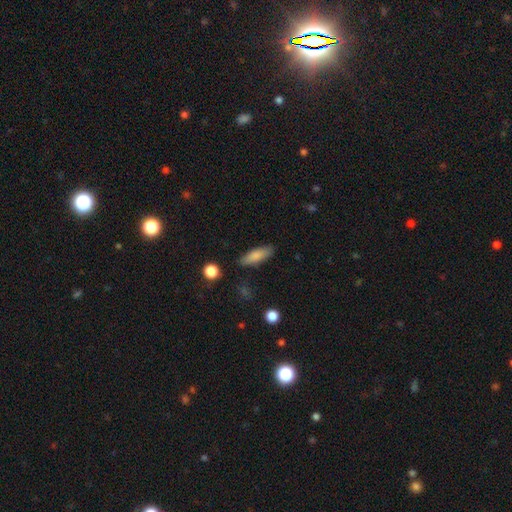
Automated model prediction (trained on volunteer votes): Smooth or featured?
  - smooth: 82% *
  - featured or disk: 11%
  - star or artifact: 7%
How rounded?
  - in between: 53% *
  - cigar-shaped: 45%
  - round: 2%
Merging?
  - none: 84% *
  - minor disturbance: 11%
  - major disturbance: 3%
  - merger: 2%